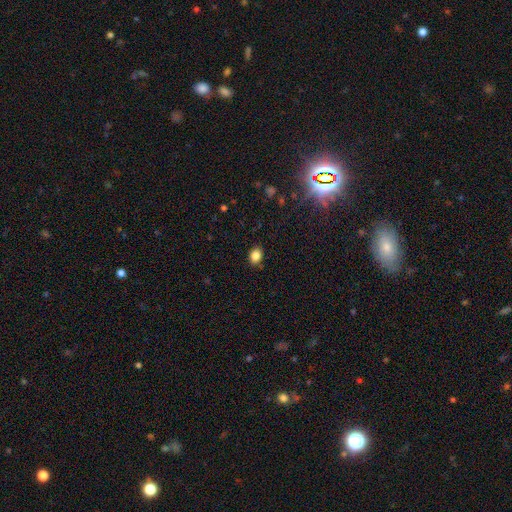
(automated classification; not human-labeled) smooth-or-featured: smooth: 83% | star or artifact: 11% | featured or disk: 5%
  how-rounded: in between: 65% | round: 34% | cigar-shaped: 1%
  merging: none: 86% | minor disturbance: 11% | major disturbance: 2% | merger: 1%